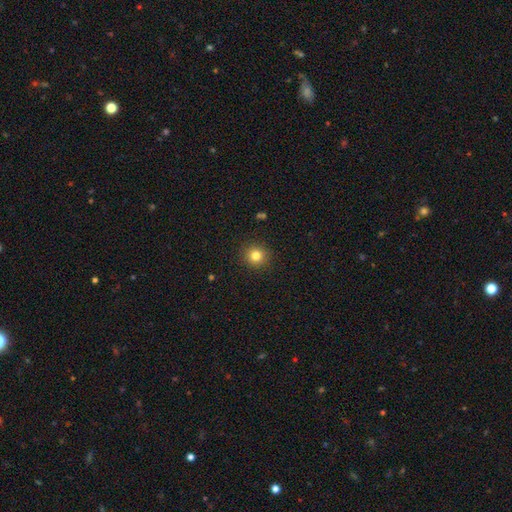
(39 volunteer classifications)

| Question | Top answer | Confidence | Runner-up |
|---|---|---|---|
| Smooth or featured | smooth | 82% | featured or disk (10%) |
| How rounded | round | 94% | in between (3%) |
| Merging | none | 83% | minor disturbance (14%) |